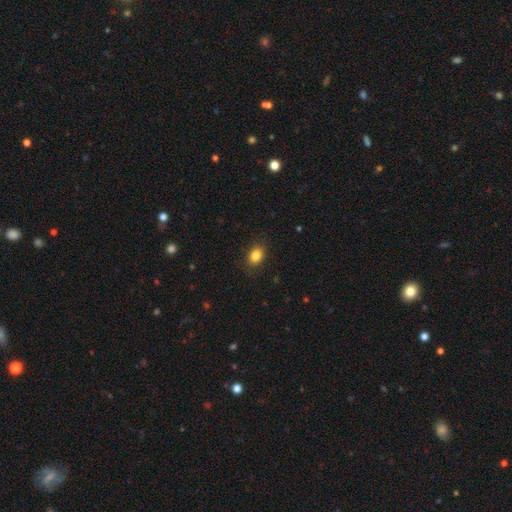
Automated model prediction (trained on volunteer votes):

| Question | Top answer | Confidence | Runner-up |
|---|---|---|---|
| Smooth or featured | smooth | 85% | star or artifact (10%) |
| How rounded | in between | 65% | round (34%) |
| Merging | none | 86% | minor disturbance (10%) |